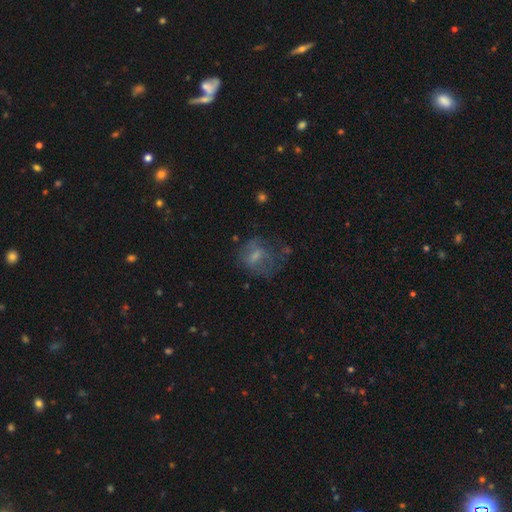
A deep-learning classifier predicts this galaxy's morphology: This appears to be a smooth galaxy with no disk features (45%). Merging: none (43%).